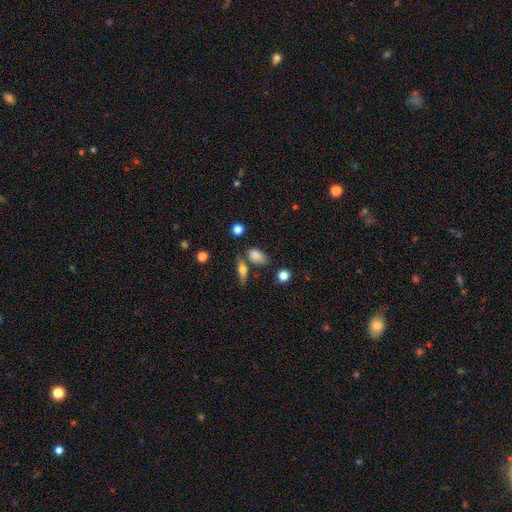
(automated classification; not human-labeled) smooth-or-featured: smooth: 81% | featured or disk: 9% | star or artifact: 9%
  how-rounded: in between: 84% | round: 10% | cigar-shaped: 7%
  merging: none: 65% | minor disturbance: 18% | merger: 11% | major disturbance: 6%